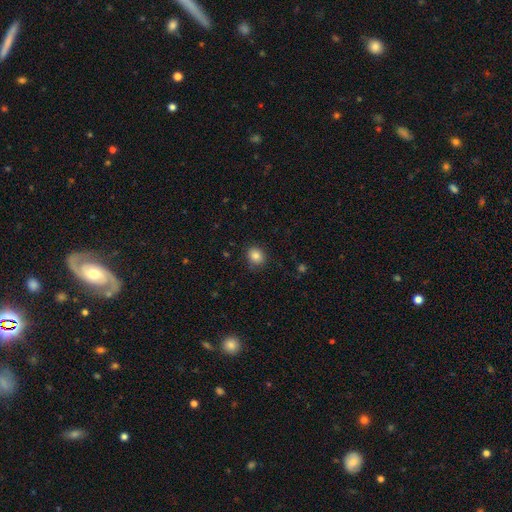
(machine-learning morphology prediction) Smooth or featured? Predicted: smooth (p=0.84). How rounded? Predicted: round (p=0.70). Merging? Predicted: none (p=0.87).